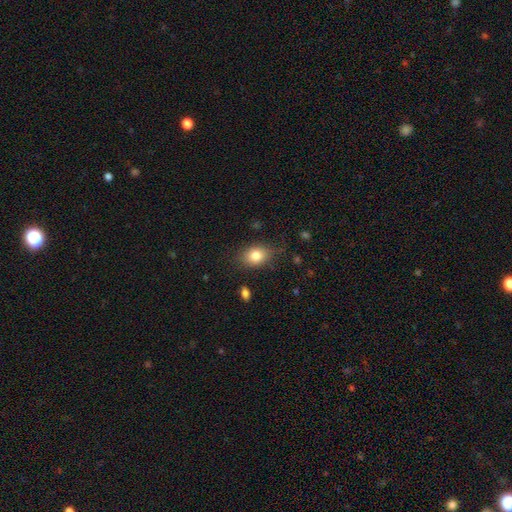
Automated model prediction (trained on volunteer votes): This appears to be a smooth galaxy with no disk features (81%) that is in between round and cigar-shaped (68%). Merging: none (78%).